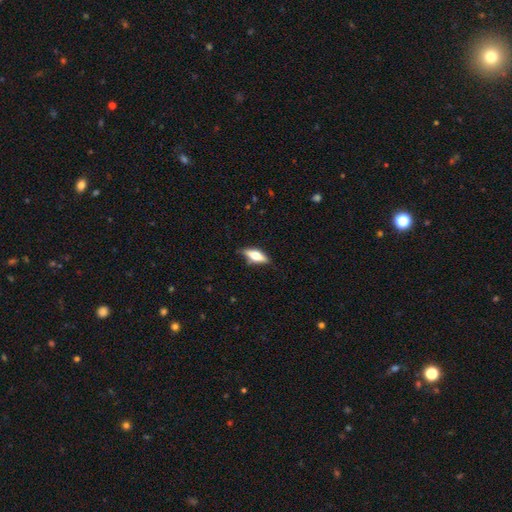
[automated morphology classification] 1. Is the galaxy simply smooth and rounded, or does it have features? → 50% smooth, 43% featured or disk, 7% star or artifact.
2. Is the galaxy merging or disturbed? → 78% none, 16% minor disturbance, 4% major disturbance, 2% merger.